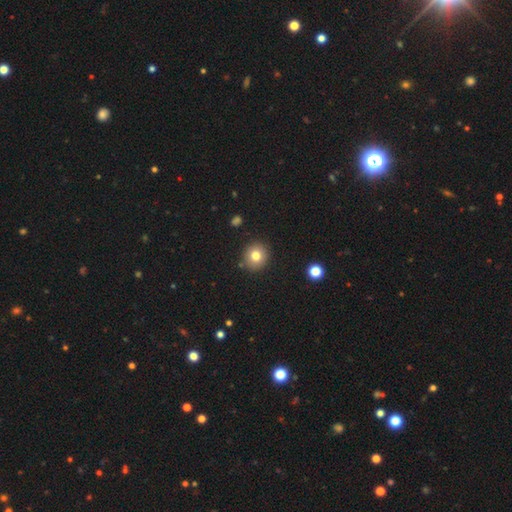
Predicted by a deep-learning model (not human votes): Smooth or featured?
  - smooth: 78% *
  - star or artifact: 12%
  - featured or disk: 10%
How rounded?
  - round: 88% *
  - in between: 11%
  - cigar-shaped: 1%
Merging?
  - none: 88% *
  - minor disturbance: 7%
  - merger: 3%
  - major disturbance: 2%